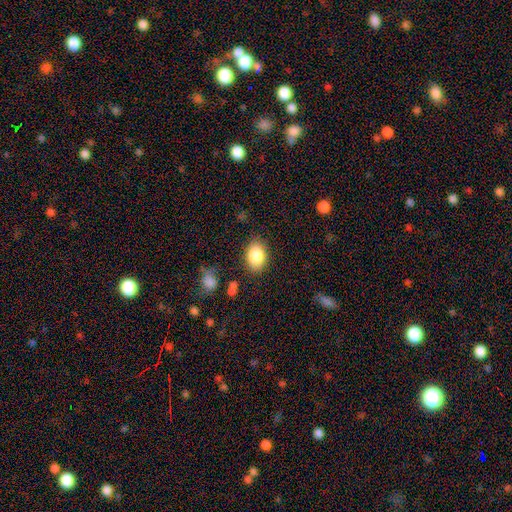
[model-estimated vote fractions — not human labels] Smooth or featured? smooth (85%)
How rounded? in between (81%)
Merging? none (84%)